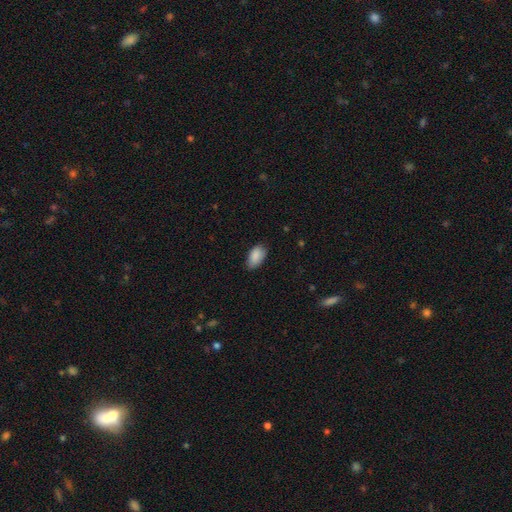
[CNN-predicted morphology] smooth_or_featured: smooth (p=0.88) [alt: star or artifact p=0.06]
how_rounded: in between (p=0.94) [alt: round p=0.04]
merging: none (p=0.75) [alt: minor disturbance p=0.21]